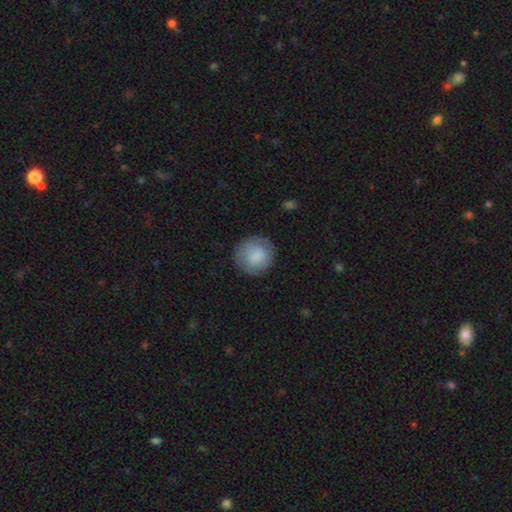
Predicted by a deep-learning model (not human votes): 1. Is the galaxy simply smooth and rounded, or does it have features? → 78% smooth, 16% featured or disk, 6% star or artifact.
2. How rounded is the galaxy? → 92% round, 7% in between, 1% cigar-shaped.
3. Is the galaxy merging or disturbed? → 82% none, 12% minor disturbance, 4% major disturbance, 1% merger.